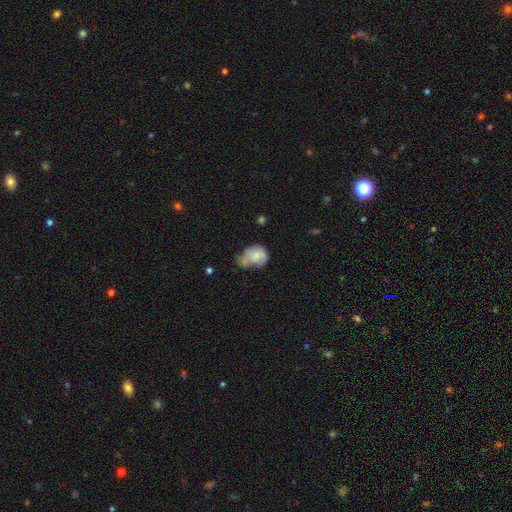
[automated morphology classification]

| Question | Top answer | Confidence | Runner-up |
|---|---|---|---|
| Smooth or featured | smooth | 66% | featured or disk (26%) |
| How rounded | in between | 54% | round (45%) |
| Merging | minor disturbance | 36% | none (24%) |